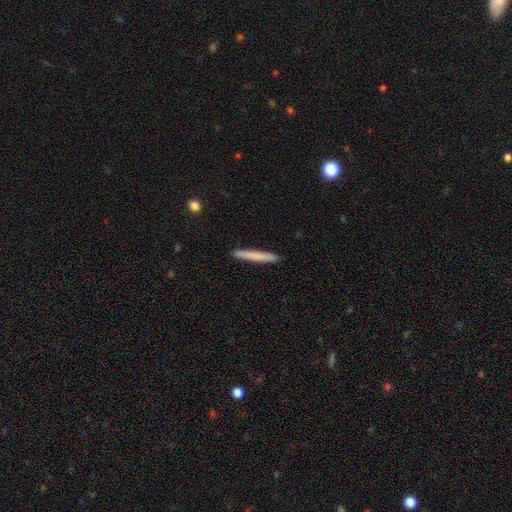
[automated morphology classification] A smooth galaxy with no disk features (72%) that is cigar-shaped (97%).

Vote fractions:
- Smooth or featured? smooth: 72% / featured or disk: 22% / star or artifact: 5%
- How rounded? cigar-shaped: 97% / in between: 2% / round: 1%
- Merging? none: 92% / minor disturbance: 6% / major disturbance: 1% / merger: 1%